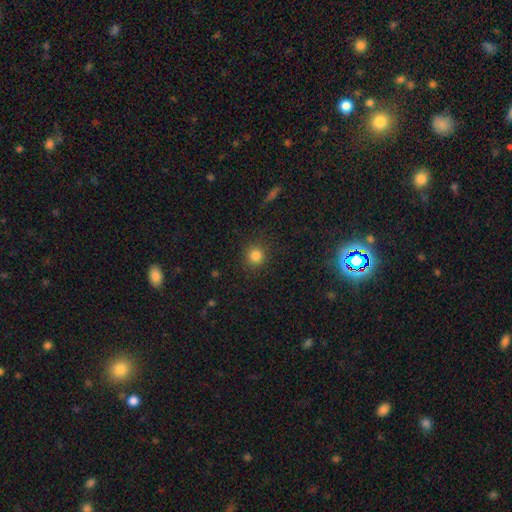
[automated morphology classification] This is clearly a smooth galaxy (83%). How rounded: clearly round (93%). Merging: clearly none (89%).